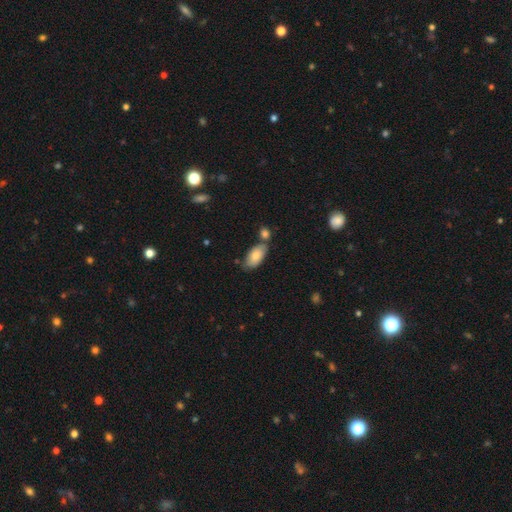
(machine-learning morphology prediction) Q: Smooth or featured?
A: smooth (78%); runner-up: featured or disk (16%)
Q: How rounded?
A: in between (93%); runner-up: cigar-shaped (4%)
Q: Merging?
A: none (57%); runner-up: merger (24%)